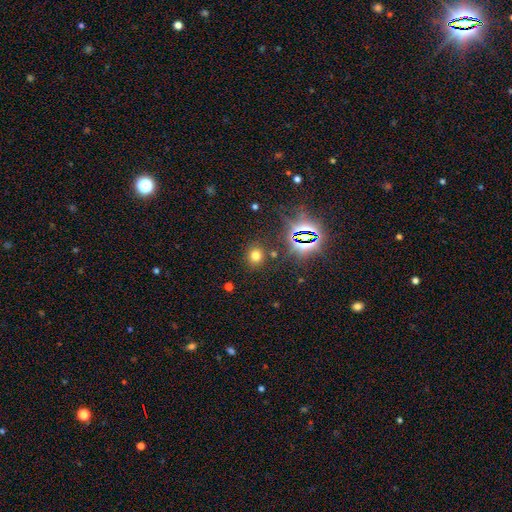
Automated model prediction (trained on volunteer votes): The model was most divided on "smooth or featured": smooth: 64%, star or artifact: 27%, featured or disk: 8%. More confident: merging — none (84%); how rounded — round (76%).